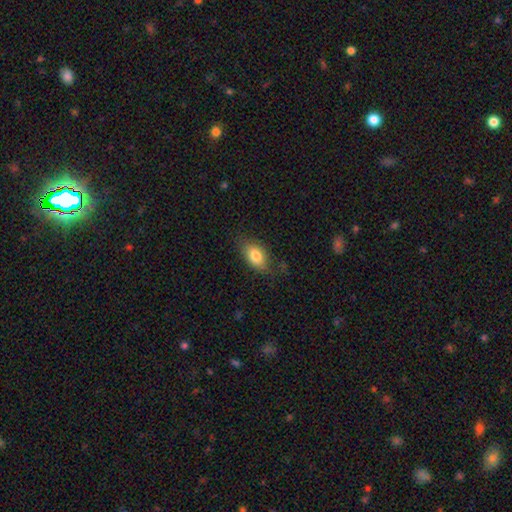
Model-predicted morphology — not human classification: type=smooth (80%); roundness=in between (87%); merging=none (74%).